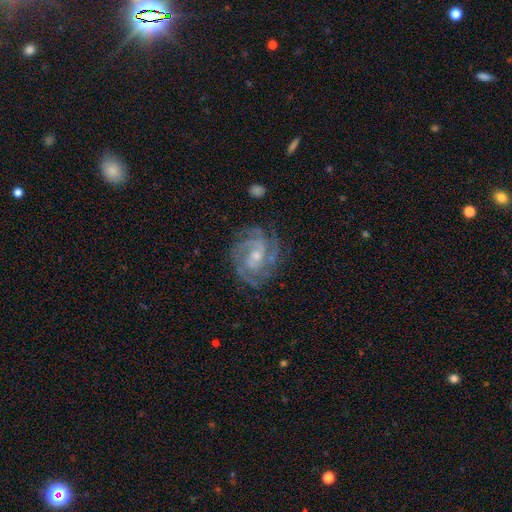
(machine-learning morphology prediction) type=featured or disk (90%); edge-on=no (98%); bar=no (53%); spiral arms=yes (98%); winding=tight (63%); arm count=3 (35%); bulge=small (62%); merging=none (77%).